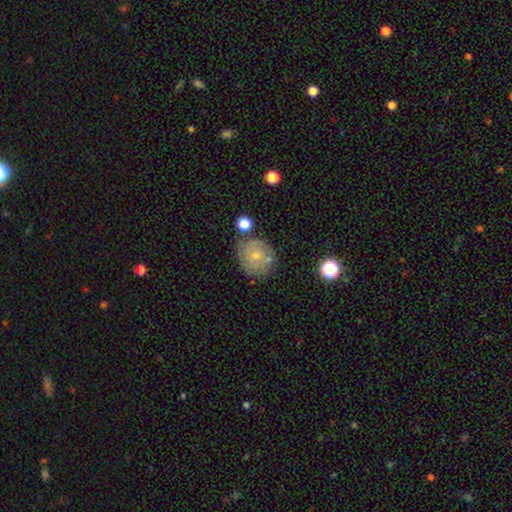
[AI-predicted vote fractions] Morphology: type=smooth (46%); merging=none (65%).